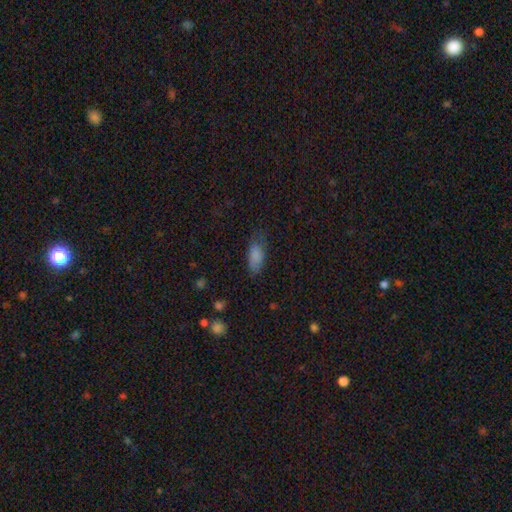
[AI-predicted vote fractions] This is clearly a smooth galaxy (83%). How rounded: clearly in between (86%). Merging: possibly none (57%).